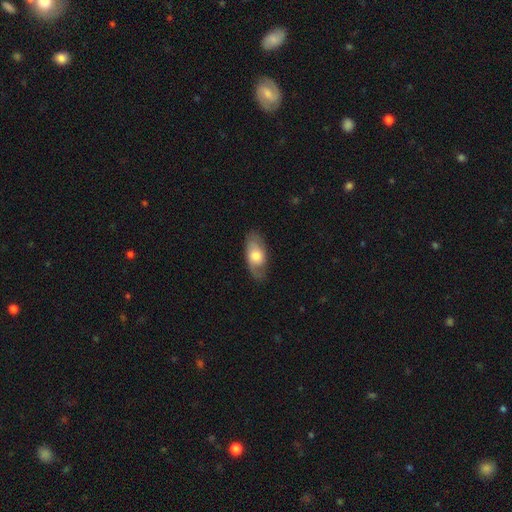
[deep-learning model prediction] Smooth or featured? smooth (54%)
How rounded? in between (89%)
Merging? none (74%)